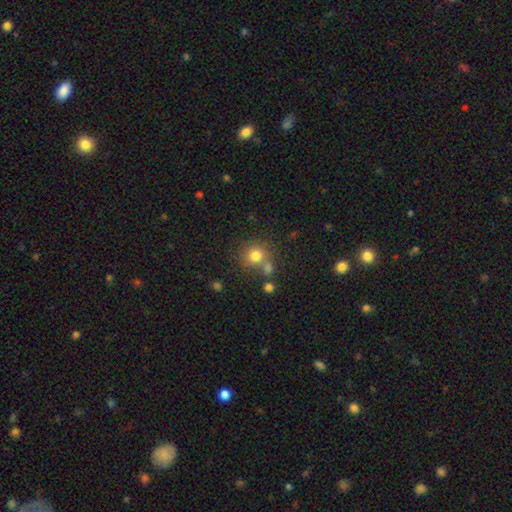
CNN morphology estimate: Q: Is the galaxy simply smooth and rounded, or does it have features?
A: smooth — 78%.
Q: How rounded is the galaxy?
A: round — 85%.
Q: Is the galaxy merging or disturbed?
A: none — 61%.